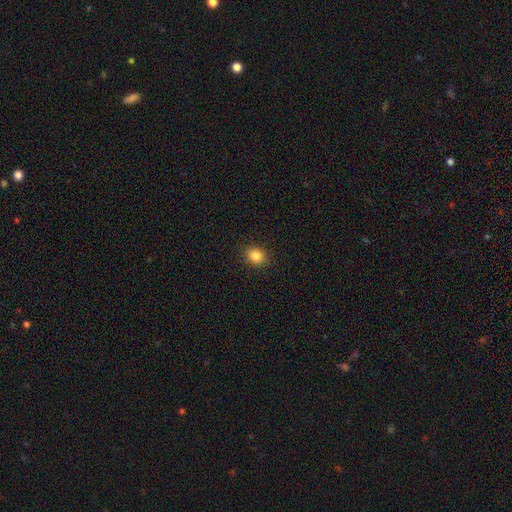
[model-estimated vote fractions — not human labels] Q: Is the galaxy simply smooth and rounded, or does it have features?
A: smooth — 85%.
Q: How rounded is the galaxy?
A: round — 62%.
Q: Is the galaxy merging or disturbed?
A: none — 90%.